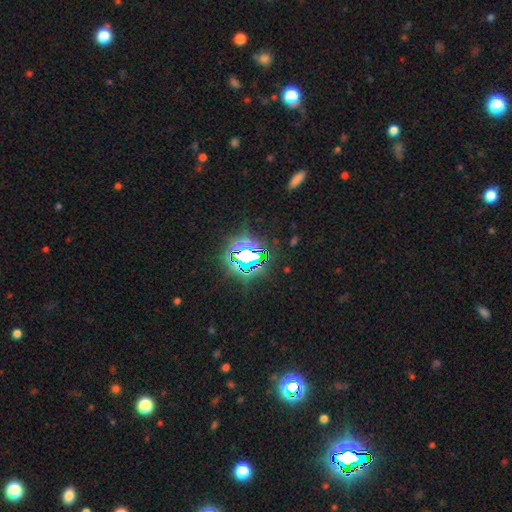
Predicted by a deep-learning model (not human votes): smooth-or-featured: star or artifact: 77% | smooth: 13% | featured or disk: 9%